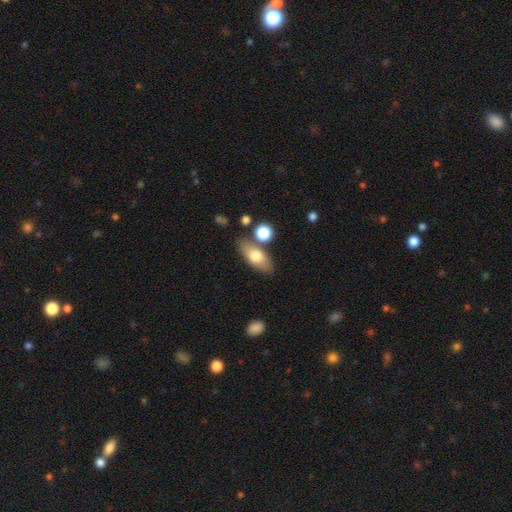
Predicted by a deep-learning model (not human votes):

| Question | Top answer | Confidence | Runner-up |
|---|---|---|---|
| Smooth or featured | smooth | 70% | featured or disk (23%) |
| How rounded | in between | 77% | cigar-shaped (18%) |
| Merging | none | 74% | minor disturbance (13%) |